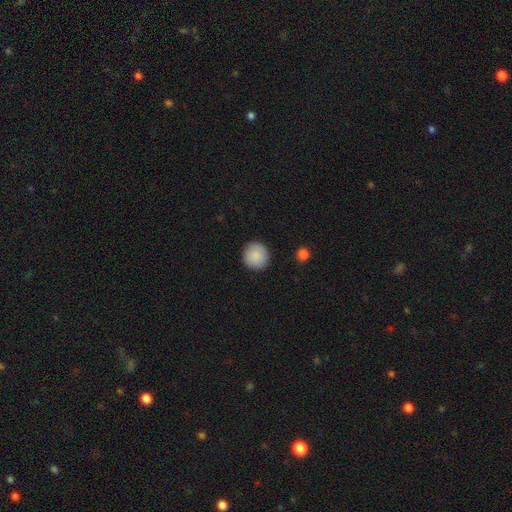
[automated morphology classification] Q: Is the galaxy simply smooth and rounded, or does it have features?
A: smooth — 89%.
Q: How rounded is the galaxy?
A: round — 94%.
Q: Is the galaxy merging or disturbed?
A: none — 91%.